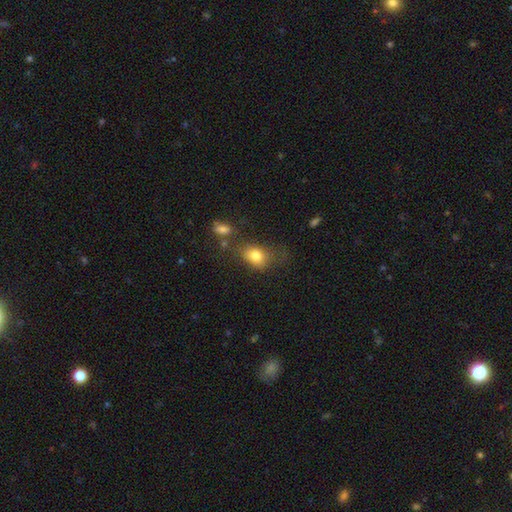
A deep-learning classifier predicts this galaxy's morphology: A smooth galaxy with no disk features (80%) that is in between round and cigar-shaped (64%). Merging: none (49%).